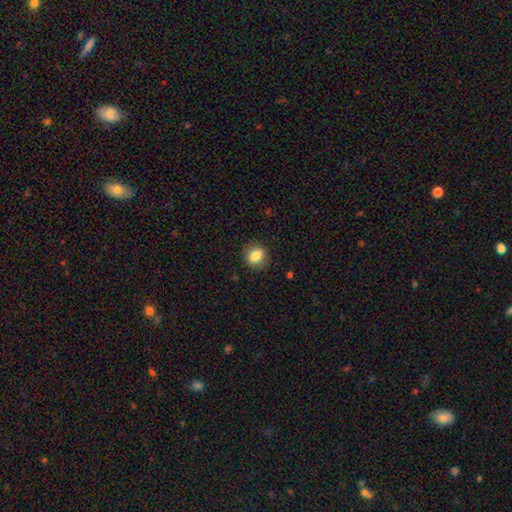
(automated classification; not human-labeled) Q: Smooth or featured?
A: smooth (84%); runner-up: star or artifact (9%)
Q: How rounded?
A: round (58%); runner-up: in between (41%)
Q: Merging?
A: none (87%); runner-up: minor disturbance (9%)